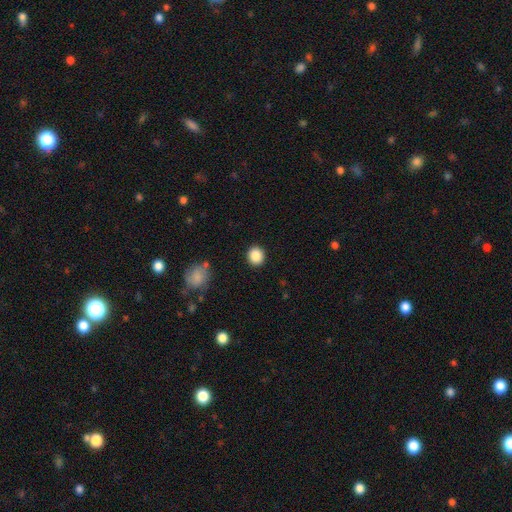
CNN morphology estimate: type=smooth (87%); roundness=round (82%); merging=none (90%).